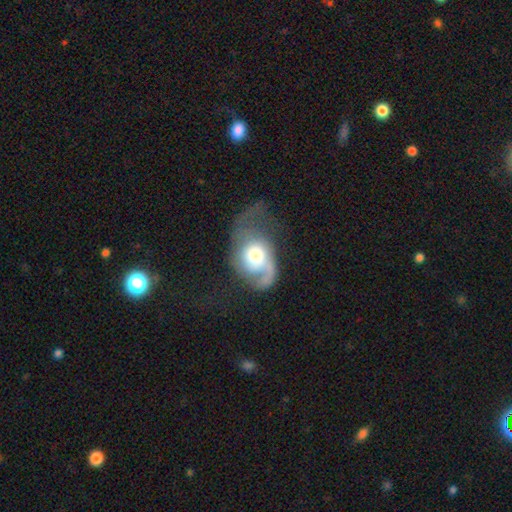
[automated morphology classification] Smooth or featured: featured or disk — 59% (smooth — 33%)
Edge-on disk: no — 96% (yes — 4%)
Bar: no — 77% (weak — 19%)
Spiral arms: yes — 77% (no — 23%)
Bulge size: moderate — 56% (large — 29%)
Merging: major disturbance — 54% (none — 24%)